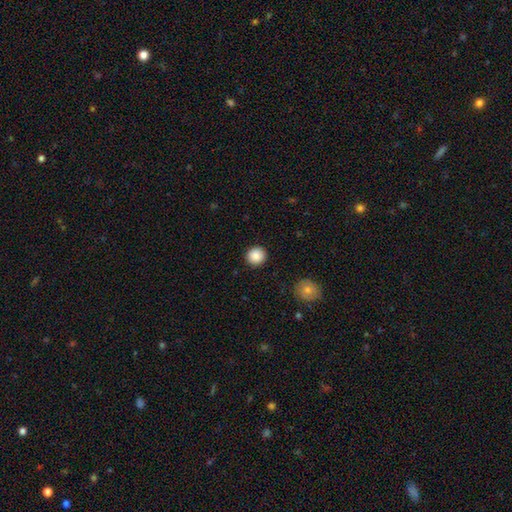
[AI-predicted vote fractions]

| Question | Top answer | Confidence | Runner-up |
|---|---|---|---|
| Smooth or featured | smooth | 88% | star or artifact (9%) |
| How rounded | round | 93% | in between (6%) |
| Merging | none | 92% | minor disturbance (5%) |